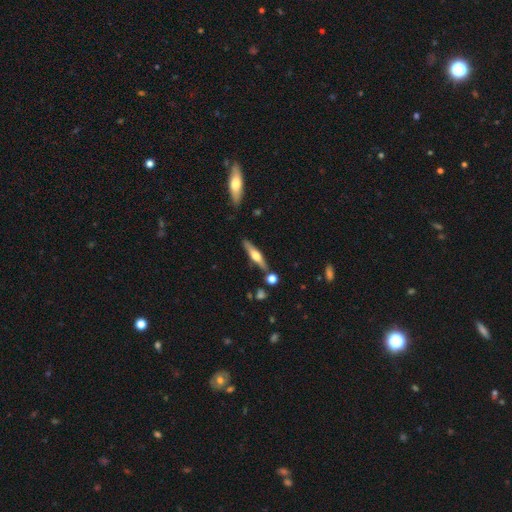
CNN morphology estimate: Smooth or featured? featured or disk (61%)
Edge-on disk? yes (96%)
Edge-on bulge? rounded (91%)
Merging? none (82%)